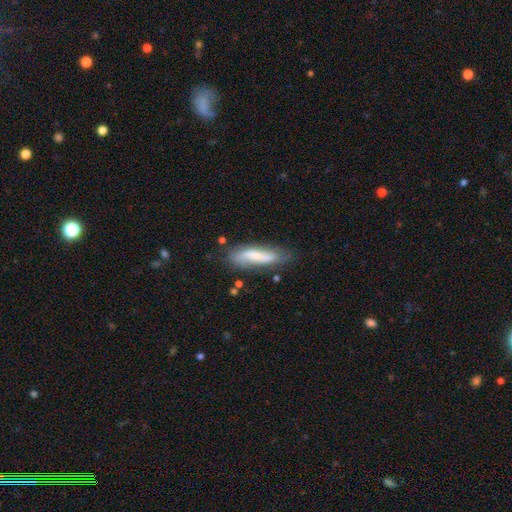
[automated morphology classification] Q: Smooth or featured?
A: smooth (50%); runner-up: featured or disk (42%)
Q: How rounded?
A: cigar-shaped (60%); runner-up: in between (38%)
Q: Merging?
A: none (69%); runner-up: minor disturbance (21%)